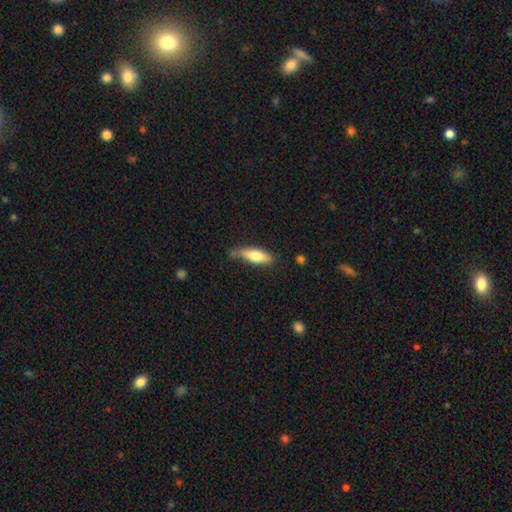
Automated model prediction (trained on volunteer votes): Smooth or featured? Predicted: smooth (p=0.69). How rounded? Predicted: in between (p=0.51). Merging? Predicted: none (p=0.61).